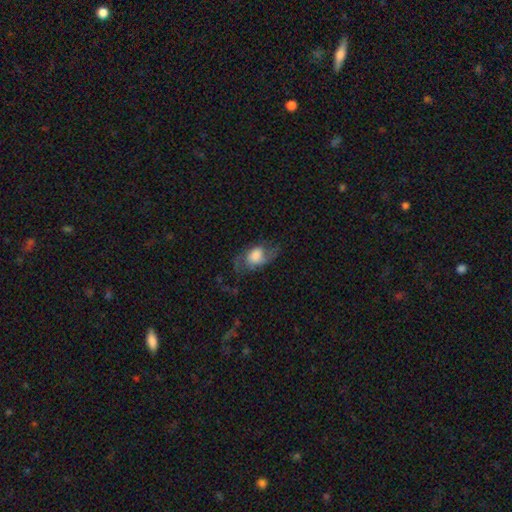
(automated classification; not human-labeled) Smooth or featured? featured or disk (49%)
Merging? none (53%)